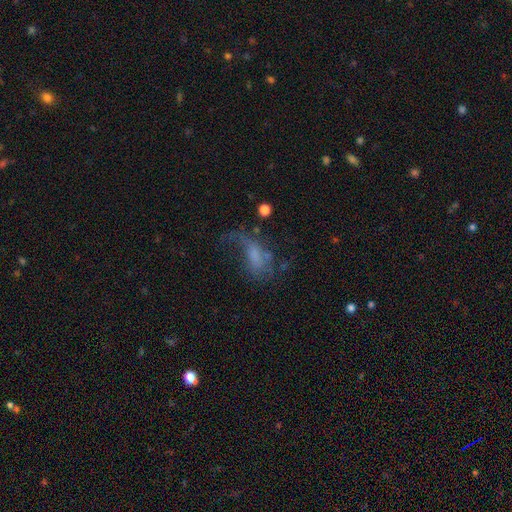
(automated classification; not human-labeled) Smooth or featured?
  - featured or disk: 45% *
  - smooth: 39%
  - star or artifact: 15%
Merging?
  - major disturbance: 50% *
  - none: 26%
  - minor disturbance: 17%
  - merger: 6%